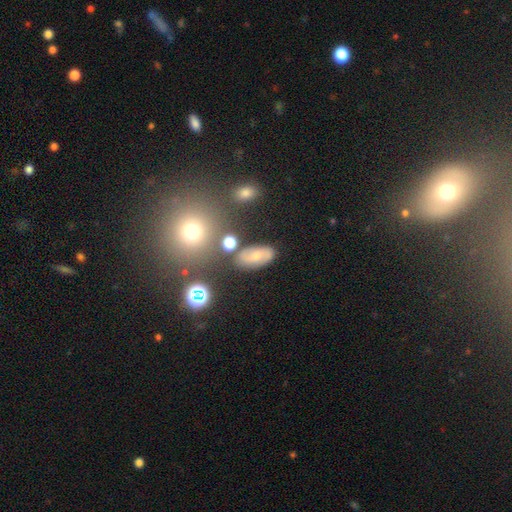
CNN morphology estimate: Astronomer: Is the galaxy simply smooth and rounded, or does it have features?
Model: smooth — 48% (runner-up: featured or disk, 38%).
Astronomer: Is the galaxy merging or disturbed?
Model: none — 75%.